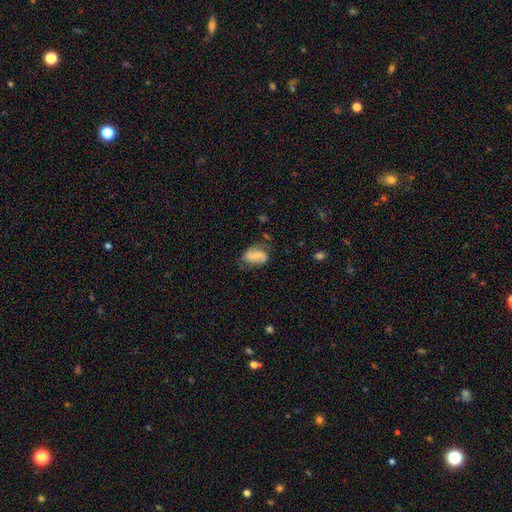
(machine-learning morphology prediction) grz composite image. It shows a featured or disk galaxy (53%) with no bar (44%), spiral arms (86%) and a small central bulge (50%). Merging: none (61%).